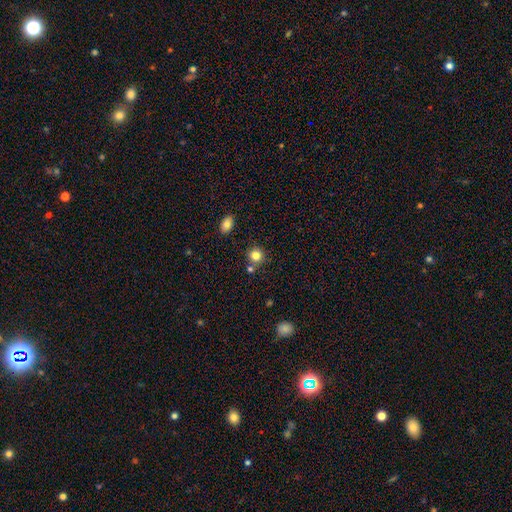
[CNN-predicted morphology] smooth-or-featured: smooth: 82% | star or artifact: 11% | featured or disk: 6%
  how-rounded: round: 89% | in between: 10% | cigar-shaped: 1%
  merging: none: 76% | merger: 12% | minor disturbance: 9% | major disturbance: 3%